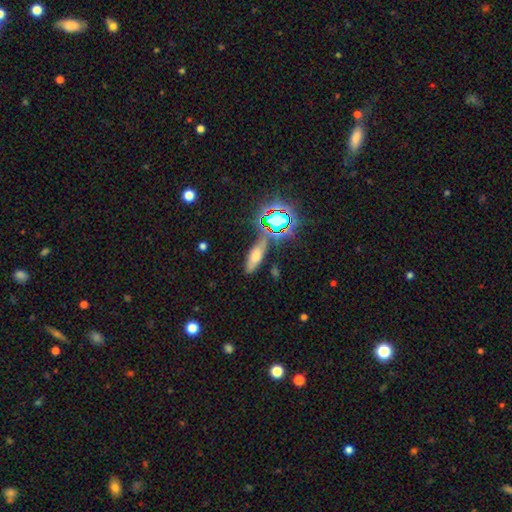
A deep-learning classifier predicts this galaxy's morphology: Smooth or featured: smooth — 52% (star or artifact — 28%)
How rounded: cigar-shaped — 47% (in between — 46%)
Merging: none — 69% (minor disturbance — 16%)